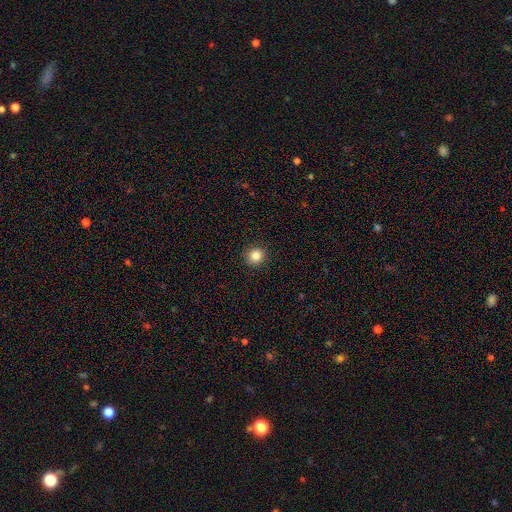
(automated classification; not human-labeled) Smooth or featured?
  - smooth: 85% *
  - star or artifact: 11%
  - featured or disk: 4%
How rounded?
  - round: 92% *
  - in between: 7%
  - cigar-shaped: 1%
Merging?
  - none: 91% *
  - minor disturbance: 6%
  - major disturbance: 2%
  - merger: 1%